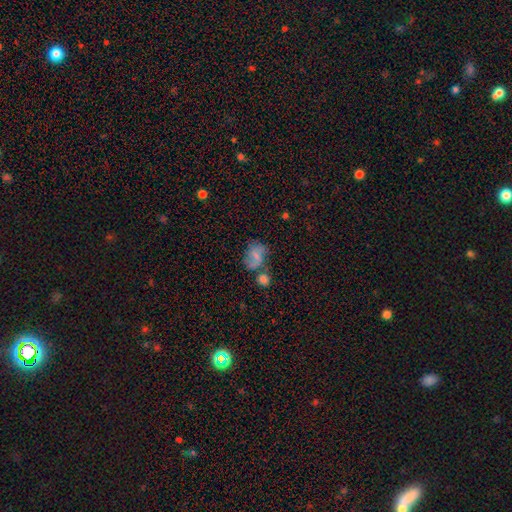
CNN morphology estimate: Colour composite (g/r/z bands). It shows a smooth galaxy with no disk features (55%) that is in between round and cigar-shaped (64%). Merging: none (41%).